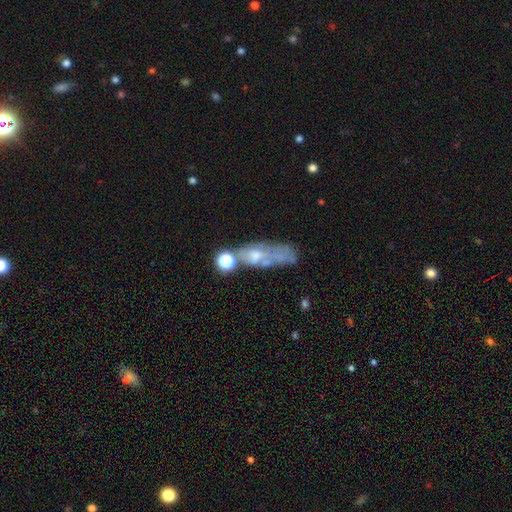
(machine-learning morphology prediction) The model was most divided on "smooth or featured": featured or disk: 42%, smooth: 38%, star or artifact: 20%. Remaining: merging — none (45%).